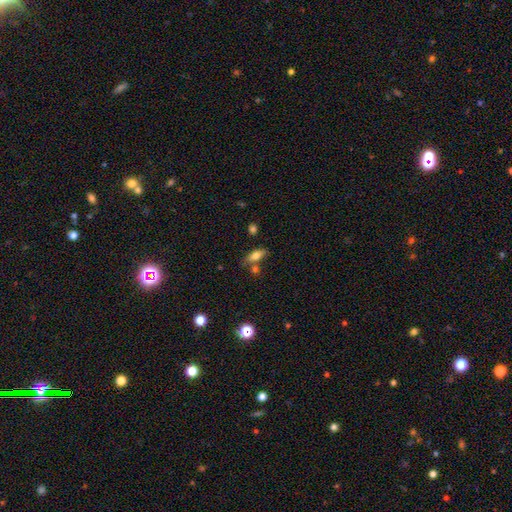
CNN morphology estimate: The model was most divided on "merging": none: 60%, merger: 18%, minor disturbance: 17%, major disturbance: 6%. More confident: how rounded — in between (70%); smooth or featured — smooth (69%).